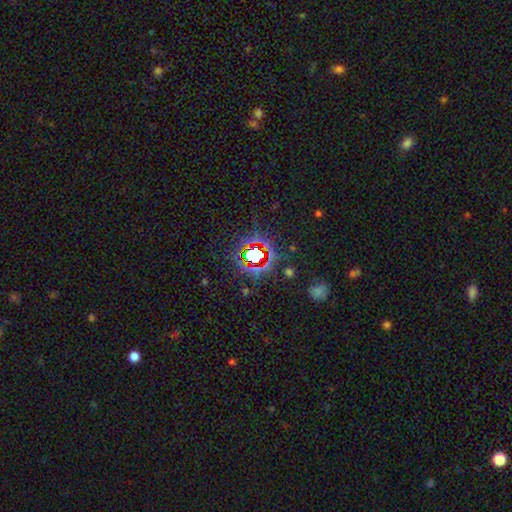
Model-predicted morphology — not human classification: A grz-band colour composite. It shows a star or artifact, not a galaxy (74%).